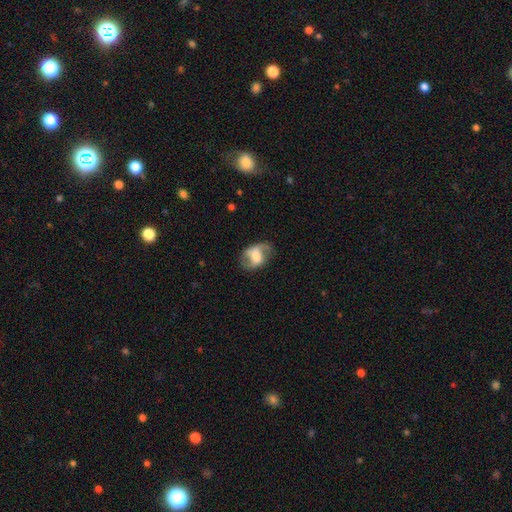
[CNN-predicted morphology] Q: Smooth or featured?
A: featured or disk (60%); runner-up: smooth (33%)
Q: Edge-on disk?
A: no (95%); runner-up: yes (5%)
Q: Bar?
A: weak (42%); runner-up: no (32%)
Q: Spiral arms?
A: yes (79%); runner-up: no (21%)
Q: Bulge size?
A: moderate (40%); runner-up: large (28%)
Q: Merging?
A: none (66%); runner-up: minor disturbance (21%)